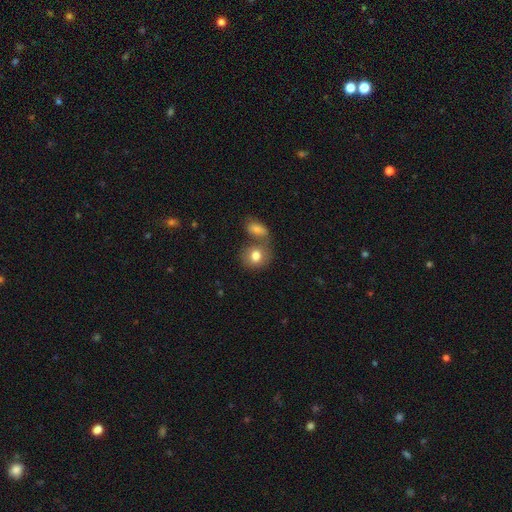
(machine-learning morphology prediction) This is likely a smooth galaxy (79%). How rounded: likely round (65%). Merging: marginally none (43%).